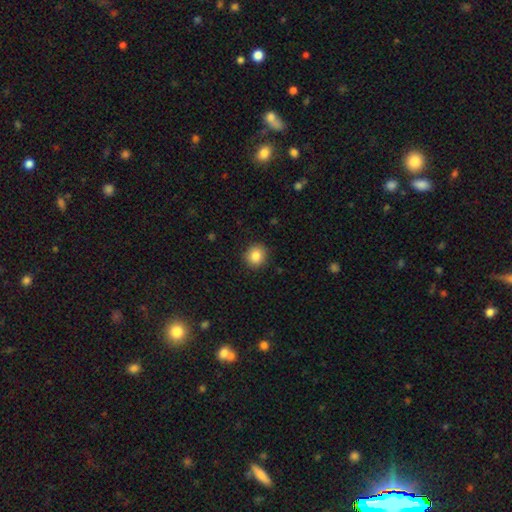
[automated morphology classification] A smooth galaxy with no disk features (85%) that is round (88%). Merging: none (89%).